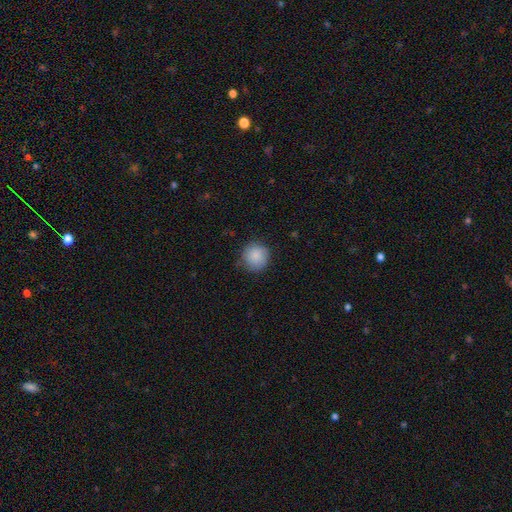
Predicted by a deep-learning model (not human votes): This appears to be a smooth galaxy with no disk features (87%) that is round (93%). Merging: none (83%).